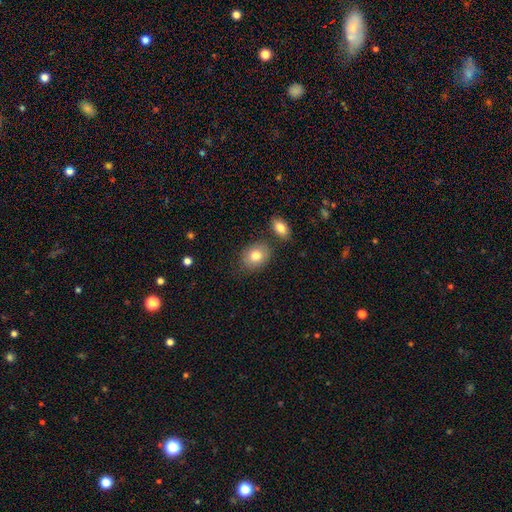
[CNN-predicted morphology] Smooth or featured?
  - smooth: 81% *
  - featured or disk: 11%
  - star or artifact: 8%
How rounded?
  - in between: 59% *
  - round: 40%
  - cigar-shaped: 1%
Merging?
  - none: 75% *
  - minor disturbance: 12%
  - merger: 9%
  - major disturbance: 3%